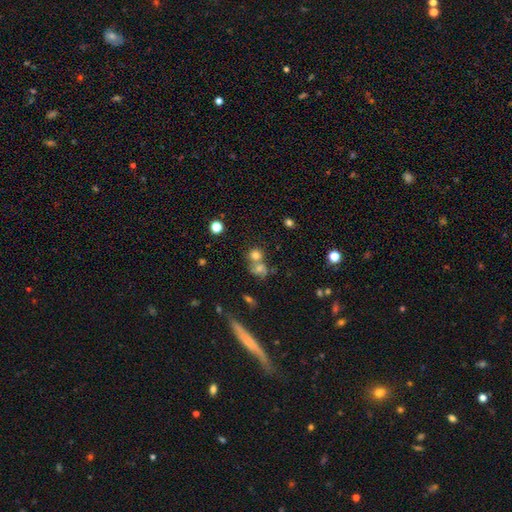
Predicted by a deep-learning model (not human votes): A smooth galaxy with no disk features (66%) that is round (80%). Merging: none (44%).